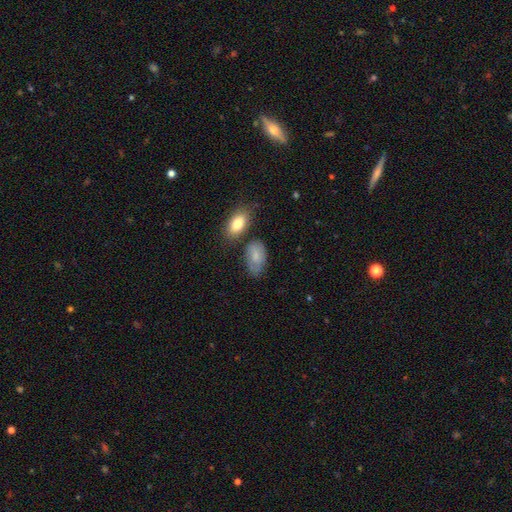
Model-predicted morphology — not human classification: Q: Smooth or featured?
A: smooth (76%); runner-up: featured or disk (17%)
Q: How rounded?
A: in between (92%); runner-up: round (6%)
Q: Merging?
A: none (57%); runner-up: minor disturbance (27%)